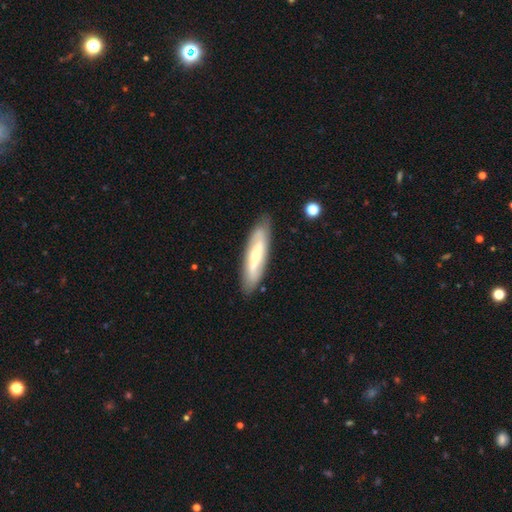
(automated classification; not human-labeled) featured or disk 60%, smooth 34%, star or artifact 5%. Down the decision tree: edge-on disk — no (59%); merging — none (83%).